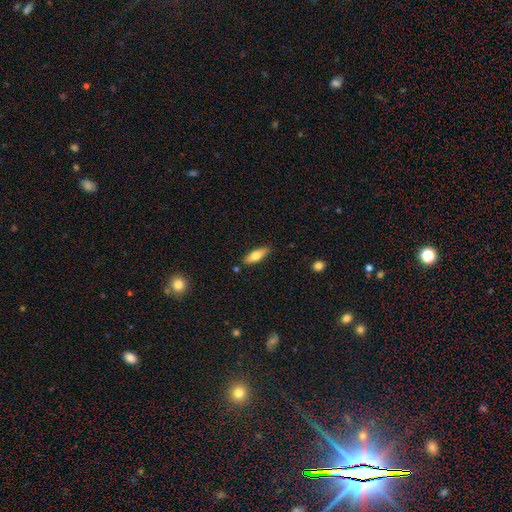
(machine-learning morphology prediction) Q: Smooth or featured?
A: smooth (63%); runner-up: featured or disk (31%)
Q: How rounded?
A: in between (57%); runner-up: cigar-shaped (40%)
Q: Merging?
A: none (85%); runner-up: minor disturbance (10%)